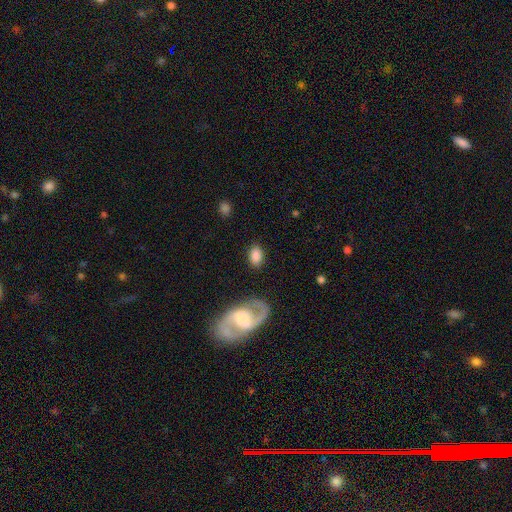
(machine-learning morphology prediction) Overall: smooth (78%). How rounded: in between (88%). Merging: none (80%).